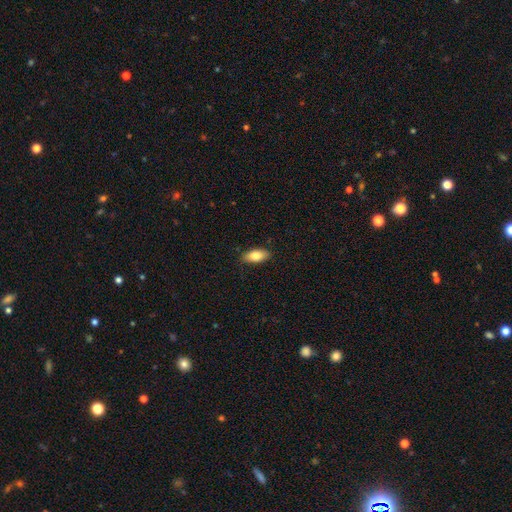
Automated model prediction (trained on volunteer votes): Smooth or featured? Predicted: smooth (p=0.83). How rounded? Predicted: in between (p=0.88). Merging? Predicted: none (p=0.87).